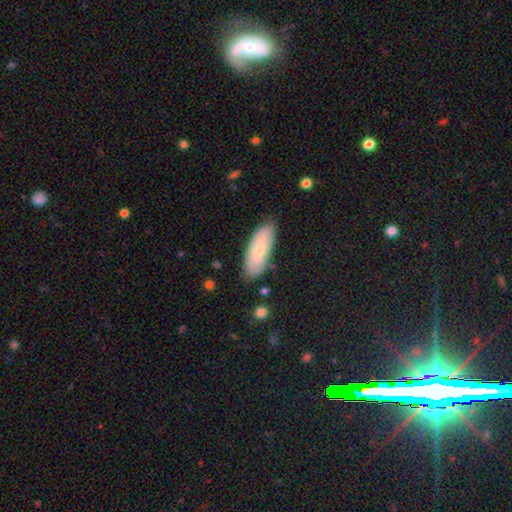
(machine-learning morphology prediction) Smooth or featured? smooth (66%)
How rounded? in between (80%)
Merging? none (80%)